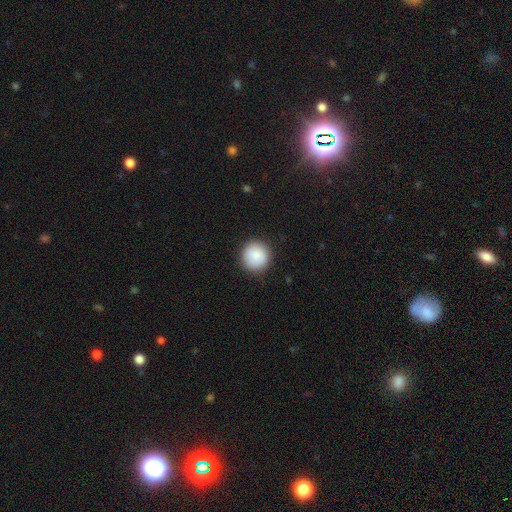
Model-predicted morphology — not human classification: A smooth galaxy with no disk features (88%) that is round (95%). Merging: none (90%).